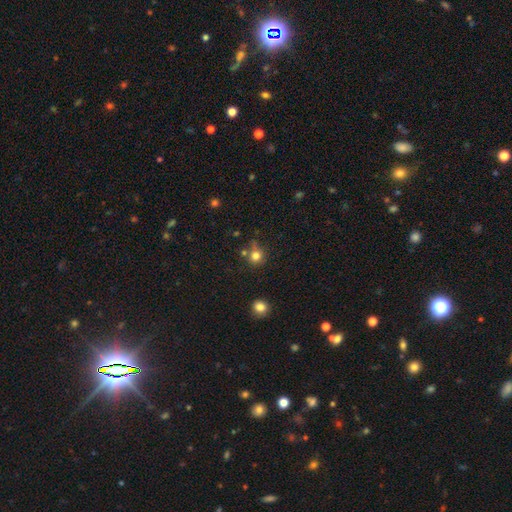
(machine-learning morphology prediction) smooth 78%, star or artifact 15%, featured or disk 7%. Down the decision tree: how rounded — round (90%); merging — none (66%).